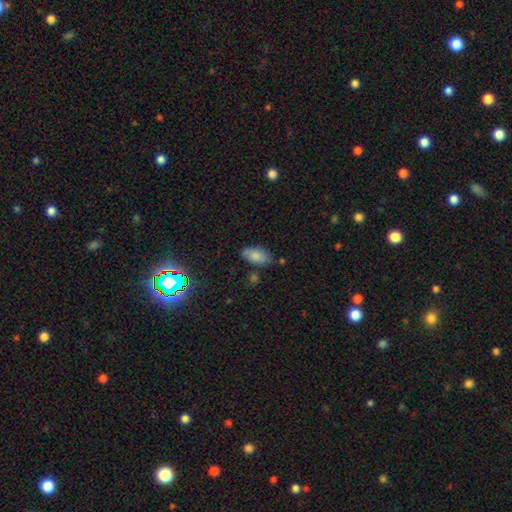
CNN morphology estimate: The model was most divided on "merging": none: 70%, minor disturbance: 21%, major disturbance: 5%, merger: 4%. More confident: how rounded — in between (93%); smooth or featured — smooth (74%).